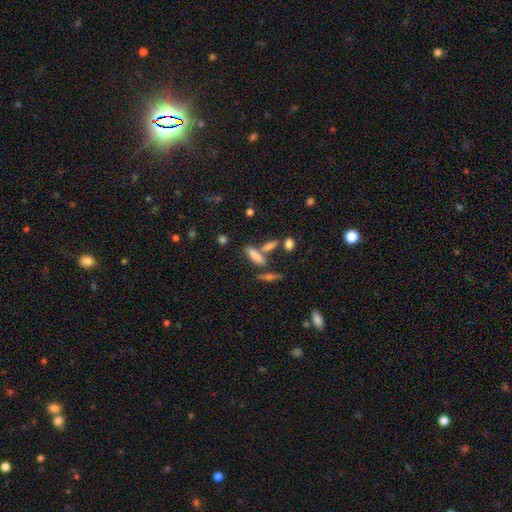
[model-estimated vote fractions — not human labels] Morphology: type=smooth (74%); roundness=cigar-shaped (54%); merging=none (54%).